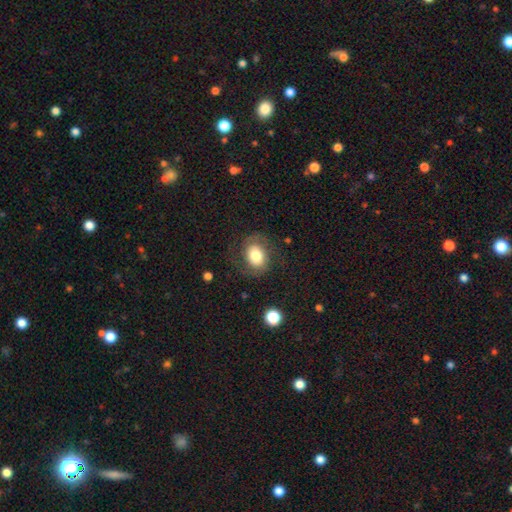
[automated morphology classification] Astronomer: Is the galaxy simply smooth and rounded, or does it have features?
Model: featured or disk — 46% (runner-up: smooth, 45%).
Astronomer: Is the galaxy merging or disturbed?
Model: none — 69%.